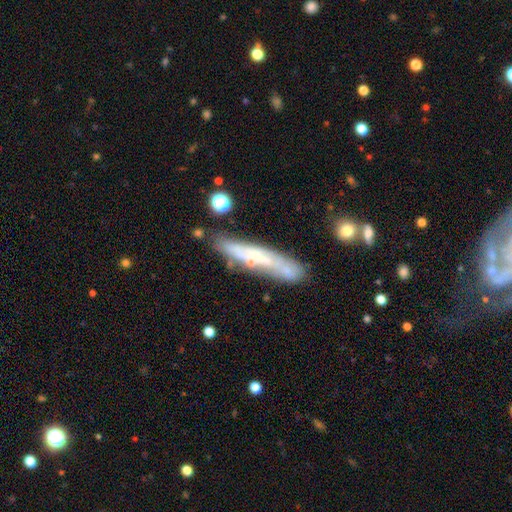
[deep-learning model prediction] smooth-or-featured: featured or disk: 56% | smooth: 37% | star or artifact: 8%
  disk-edge-on: yes: 63% | no: 37%
  merging: none: 71% | minor disturbance: 18% | merger: 6% | major disturbance: 5%